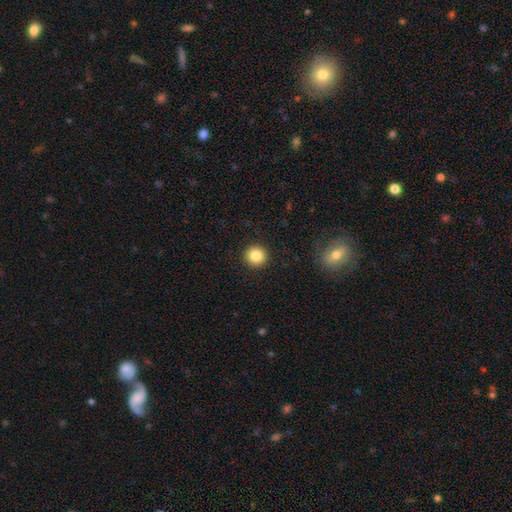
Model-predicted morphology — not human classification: smooth 85%, star or artifact 10%, featured or disk 5%. Down the decision tree: how rounded — round (95%); merging — none (93%).